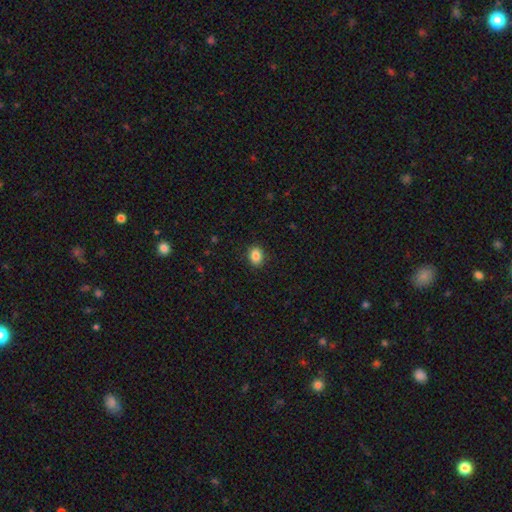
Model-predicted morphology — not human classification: A smooth galaxy with no disk features (85%) that is in between round and cigar-shaped (59%).

Vote fractions:
- Smooth or featured? smooth: 85% / star or artifact: 9% / featured or disk: 5%
- How rounded? in between: 59% / round: 40% / cigar-shaped: 1%
- Merging? none: 90% / minor disturbance: 7% / major disturbance: 2% / merger: 1%